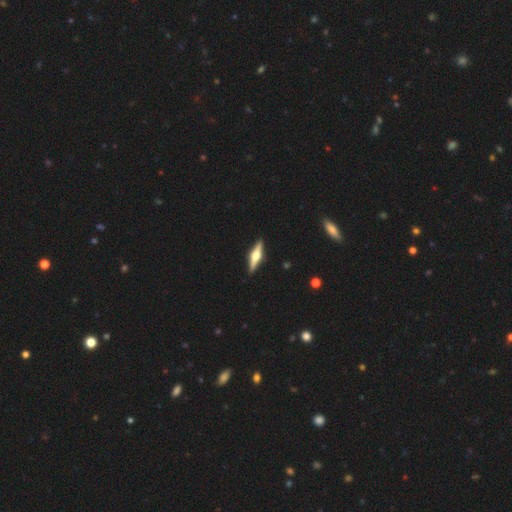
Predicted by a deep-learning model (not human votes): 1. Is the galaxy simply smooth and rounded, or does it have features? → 74% featured or disk, 21% smooth, 5% star or artifact.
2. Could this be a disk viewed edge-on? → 97% yes, 3% no.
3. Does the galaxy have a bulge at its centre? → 93% rounded, 5% boxy, 2% none.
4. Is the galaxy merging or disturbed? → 91% none, 6% minor disturbance, 1% major disturbance, 1% merger.